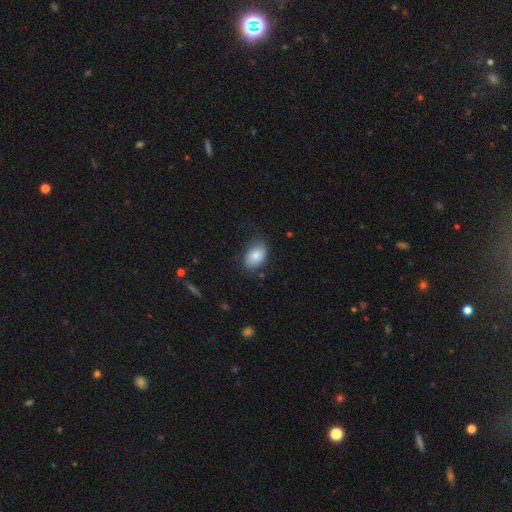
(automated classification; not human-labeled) Morphology: type=smooth (79%); roundness=in between (87%); merging=none (67%).